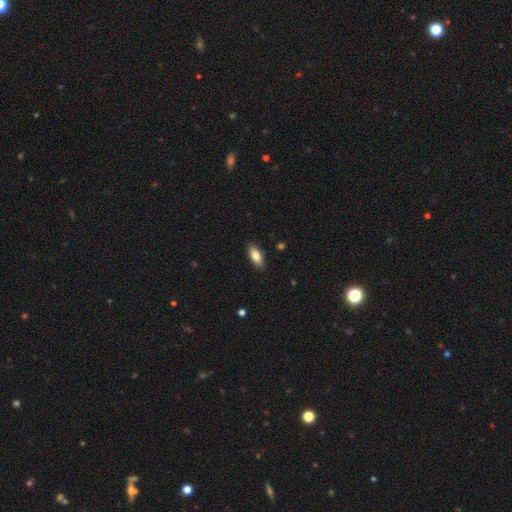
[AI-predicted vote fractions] The model was most divided on "how rounded": in between: 81%, cigar-shaped: 16%, round: 2%. More confident: merging — none (88%); smooth or featured — smooth (81%).